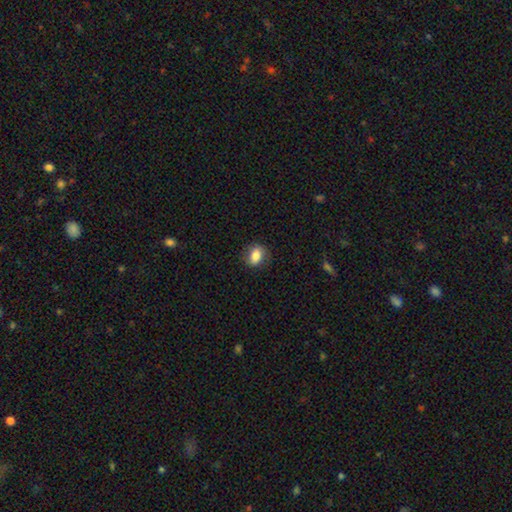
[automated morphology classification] smooth 79%, featured or disk 12%, star or artifact 8%. Down the decision tree: how rounded — in between (69%); merging — none (82%).